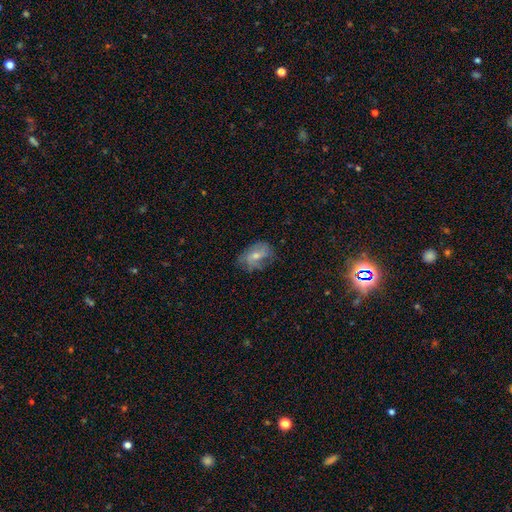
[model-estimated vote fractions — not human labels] The model was most divided on "smooth or featured": featured or disk: 50%, smooth: 32%, star or artifact: 17%. More confident: edge-on disk — no (93%); merging — none (65%).